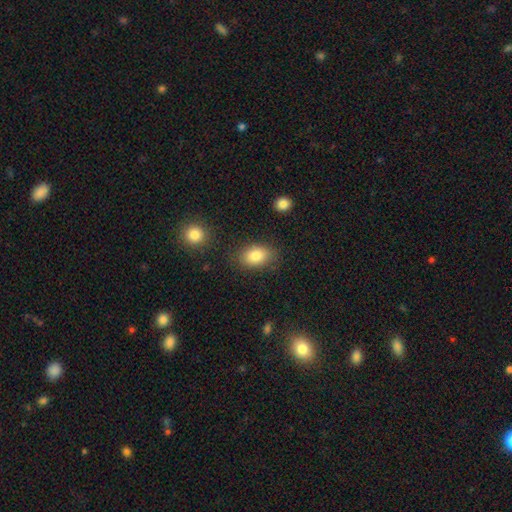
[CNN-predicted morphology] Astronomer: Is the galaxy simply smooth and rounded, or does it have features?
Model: smooth — 84%.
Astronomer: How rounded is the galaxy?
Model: in between — 82%.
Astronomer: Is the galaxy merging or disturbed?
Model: none — 79%.